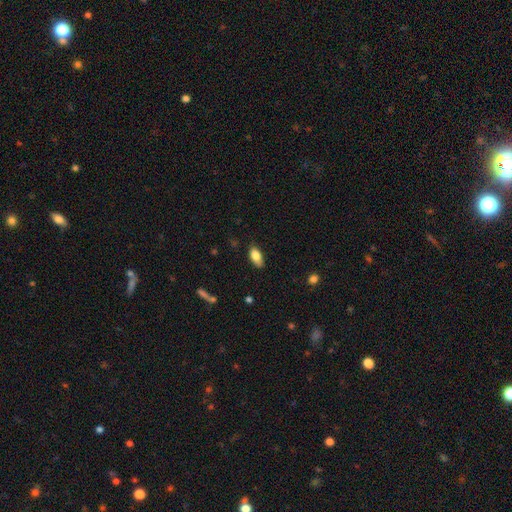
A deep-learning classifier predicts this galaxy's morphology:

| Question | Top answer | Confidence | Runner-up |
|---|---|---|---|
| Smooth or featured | smooth | 81% | featured or disk (12%) |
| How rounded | in between | 90% | cigar-shaped (7%) |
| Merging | none | 77% | minor disturbance (18%) |